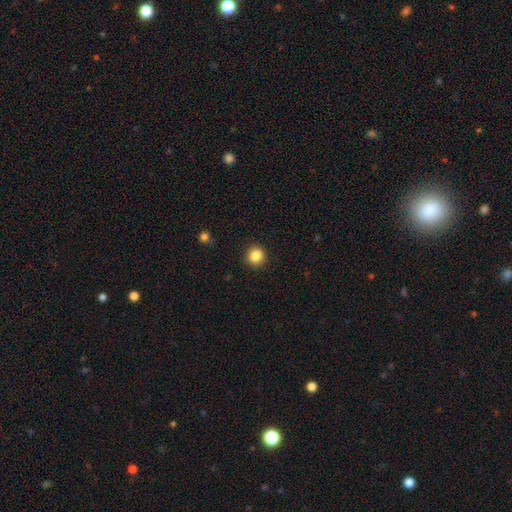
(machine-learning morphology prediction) This appears to be a smooth galaxy with no disk features (86%) that is round (87%). Merging: none (89%).